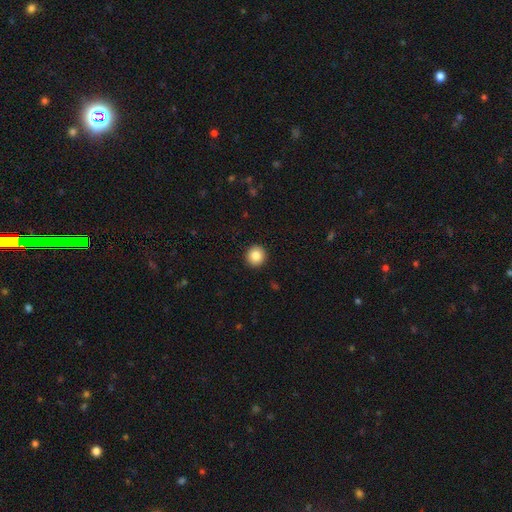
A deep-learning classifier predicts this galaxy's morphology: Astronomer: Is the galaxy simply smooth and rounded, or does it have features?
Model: smooth — 84%.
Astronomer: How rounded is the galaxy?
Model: round — 95%.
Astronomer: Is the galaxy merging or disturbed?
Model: none — 93%.